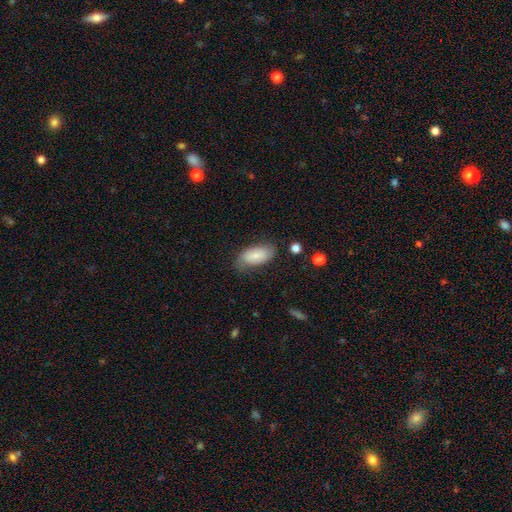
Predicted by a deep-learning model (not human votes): Smooth or featured?
  - smooth: 77% *
  - featured or disk: 17%
  - star or artifact: 6%
How rounded?
  - in between: 93% *
  - cigar-shaped: 5%
  - round: 2%
Merging?
  - none: 70% *
  - minor disturbance: 22%
  - major disturbance: 6%
  - merger: 2%